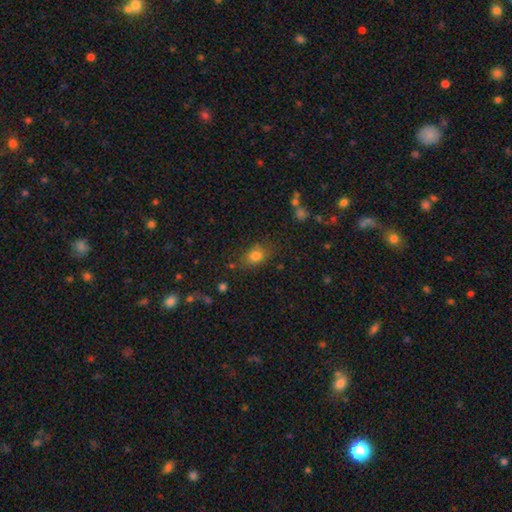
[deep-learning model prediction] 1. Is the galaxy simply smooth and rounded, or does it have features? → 80% smooth, 12% star or artifact, 9% featured or disk.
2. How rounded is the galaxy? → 72% in between, 26% round, 2% cigar-shaped.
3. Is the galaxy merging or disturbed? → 74% none, 17% minor disturbance, 5% major disturbance, 3% merger.